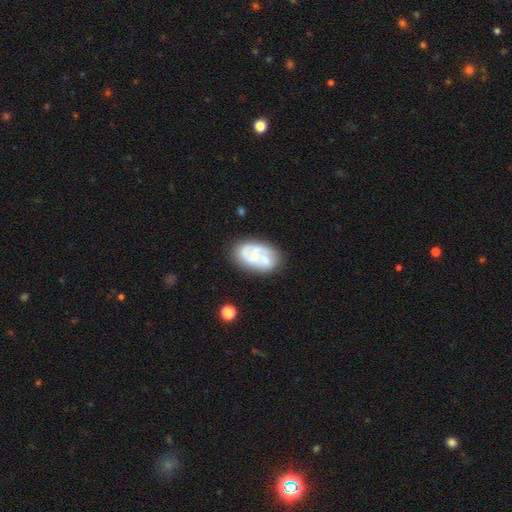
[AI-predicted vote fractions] Q: Smooth or featured?
A: featured or disk (57%); runner-up: smooth (35%)
Q: Edge-on disk?
A: no (97%); runner-up: yes (3%)
Q: Bar?
A: no (78%); runner-up: weak (18%)
Q: Spiral arms?
A: yes (61%); runner-up: no (39%)
Q: Bulge size?
A: small (43%); runner-up: none (30%)
Q: Merging?
A: none (56%); runner-up: minor disturbance (23%)